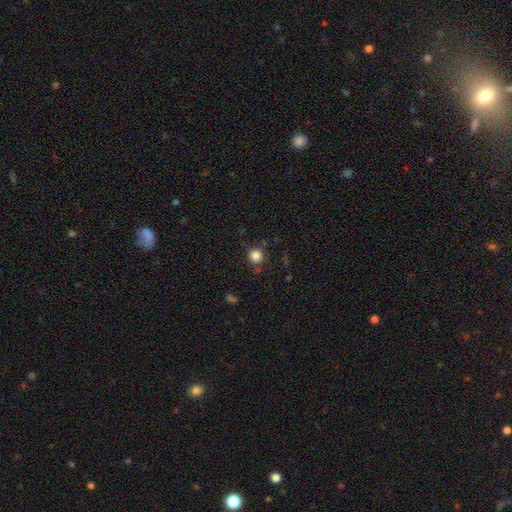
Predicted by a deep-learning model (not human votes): The model was most divided on "smooth or featured": smooth: 84%, star or artifact: 12%, featured or disk: 4%. More confident: how rounded — round (93%); merging — none (83%).